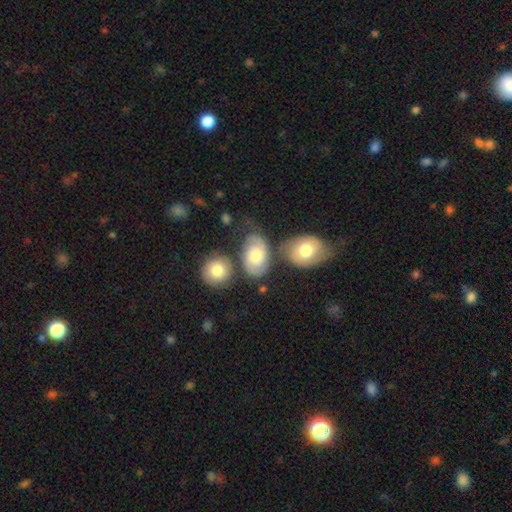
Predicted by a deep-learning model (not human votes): The model was most divided on "spiral winding": tight: 48%, medium: 40%, loose: 12%. More confident: edge-on disk — no (96%); spiral arms — yes (86%); spiral arm count — 2 (83%); bar — no (75%); bulge size — moderate (69%); smooth or featured — featured or disk (61%); merging — none (60%).